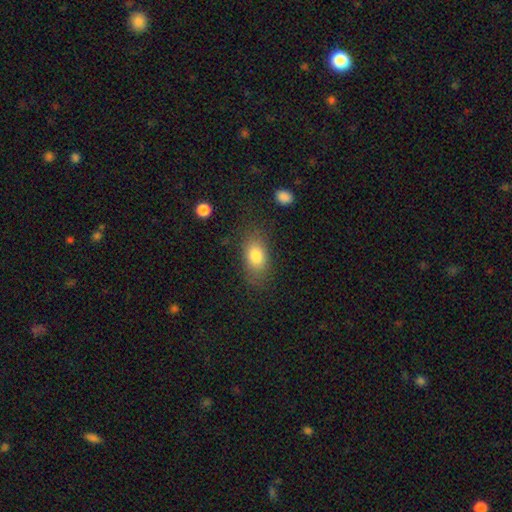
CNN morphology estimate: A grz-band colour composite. It shows a smooth galaxy with no disk features (81%) that is in between round and cigar-shaped (85%). Merging: none (74%).